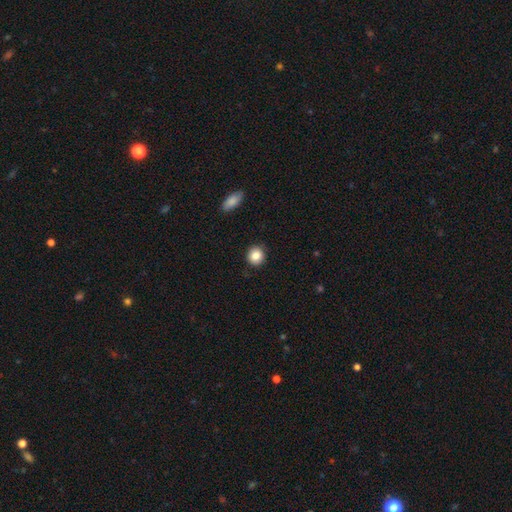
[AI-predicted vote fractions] Morphology: type=smooth (86%); roundness=round (86%); merging=none (90%).